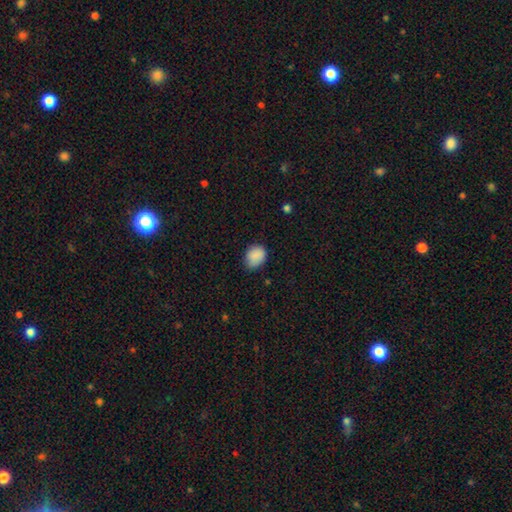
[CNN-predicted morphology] Smooth or featured? smooth (87%)
How rounded? in between (54%)
Merging? none (68%)